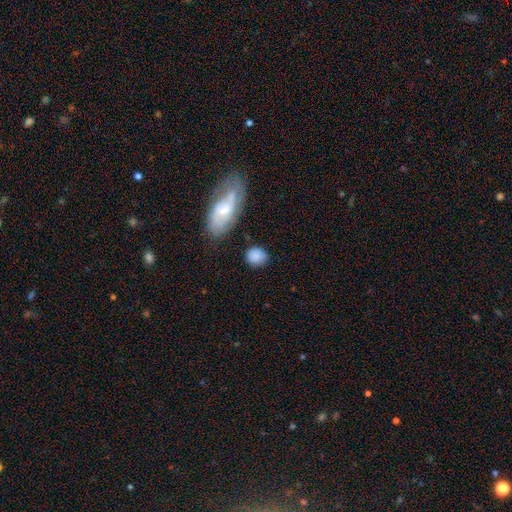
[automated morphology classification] Q: Smooth or featured?
A: smooth (84%); runner-up: featured or disk (8%)
Q: How rounded?
A: round (73%); runner-up: in between (25%)
Q: Merging?
A: none (74%); runner-up: minor disturbance (16%)